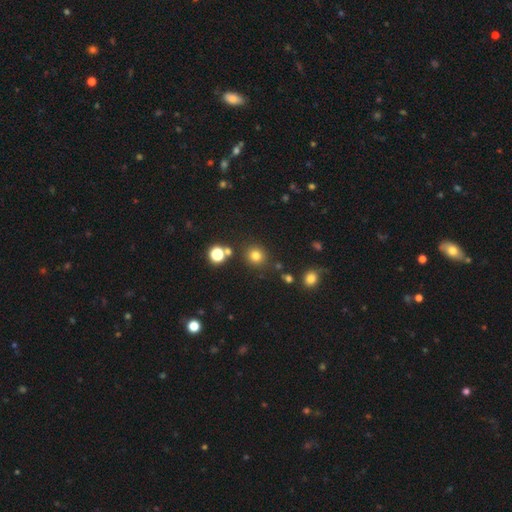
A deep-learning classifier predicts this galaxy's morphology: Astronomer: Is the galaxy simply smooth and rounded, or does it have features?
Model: smooth — 78%.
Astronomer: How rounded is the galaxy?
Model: round — 89%.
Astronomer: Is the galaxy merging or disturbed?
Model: none — 84%.